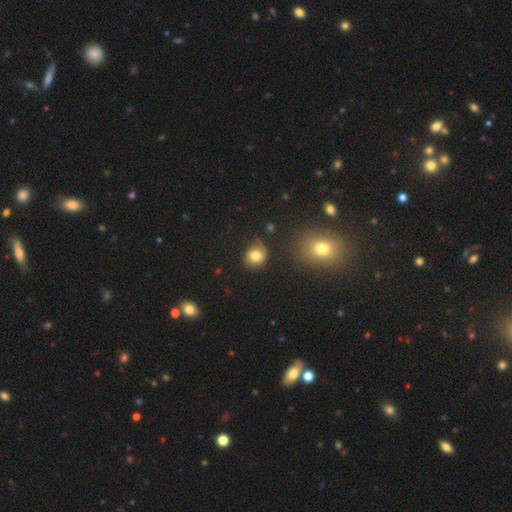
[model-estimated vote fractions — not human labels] The model was most divided on "merging": none: 62%, minor disturbance: 25%, major disturbance: 9%, merger: 3%. More confident: smooth or featured — smooth (75%); how rounded — round (72%).